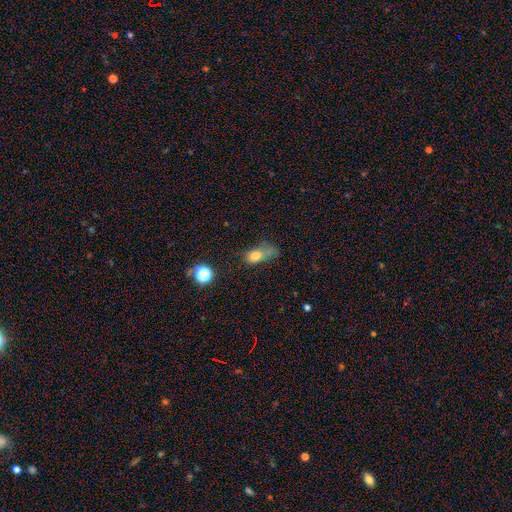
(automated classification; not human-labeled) A smooth galaxy with no disk features (71%) that is in between round and cigar-shaped (69%). Merging: major disturbance (33%).